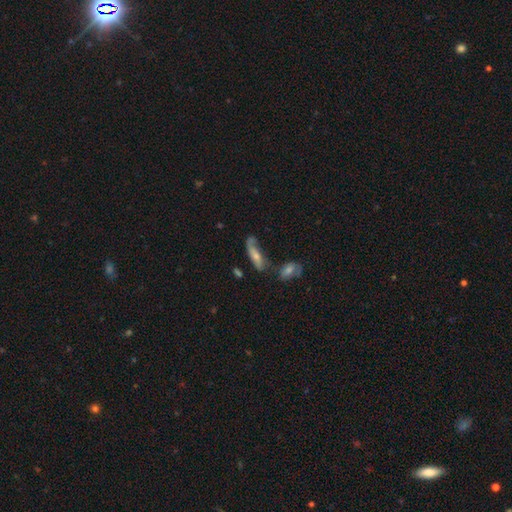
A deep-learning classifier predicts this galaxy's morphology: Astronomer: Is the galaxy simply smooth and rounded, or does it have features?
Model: smooth — 55% (runner-up: featured or disk, 37%).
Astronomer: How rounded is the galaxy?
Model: in between — 53% (runner-up: cigar-shaped, 44%).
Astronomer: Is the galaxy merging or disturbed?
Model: none — 39% (runner-up: minor disturbance, 27%).